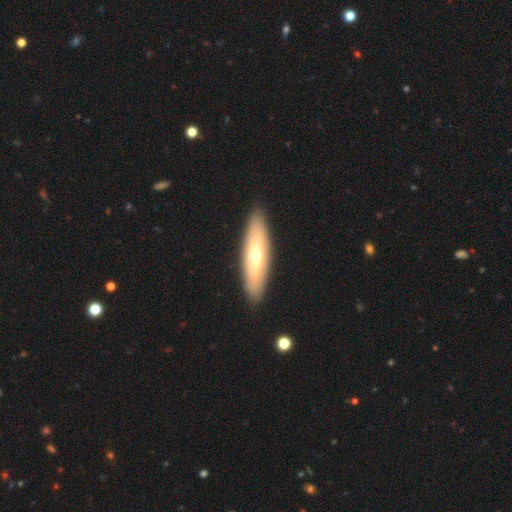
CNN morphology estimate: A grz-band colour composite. It shows a smooth galaxy with no disk features (52%) that is cigar-shaped (62%). Merging: none (90%).